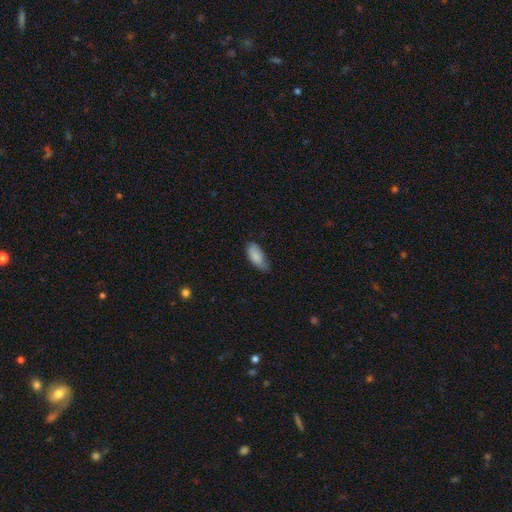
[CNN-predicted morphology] Q: Smooth or featured?
A: smooth (85%); runner-up: featured or disk (8%)
Q: How rounded?
A: in between (88%); runner-up: cigar-shaped (10%)
Q: Merging?
A: none (58%); runner-up: minor disturbance (35%)